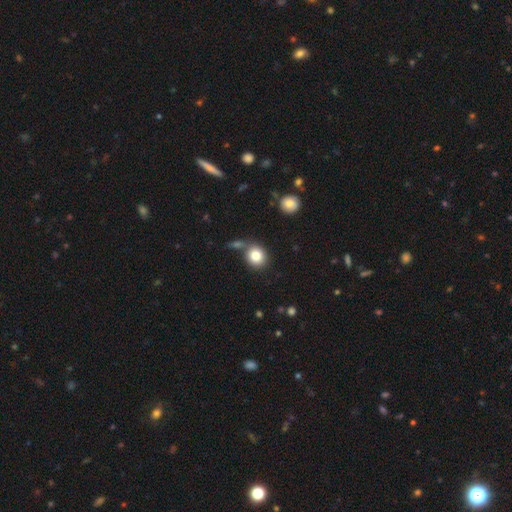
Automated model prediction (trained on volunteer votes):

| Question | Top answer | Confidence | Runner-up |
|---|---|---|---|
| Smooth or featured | smooth | 82% | star or artifact (9%) |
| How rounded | round | 81% | in between (18%) |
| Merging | none | 68% | merger (15%) |